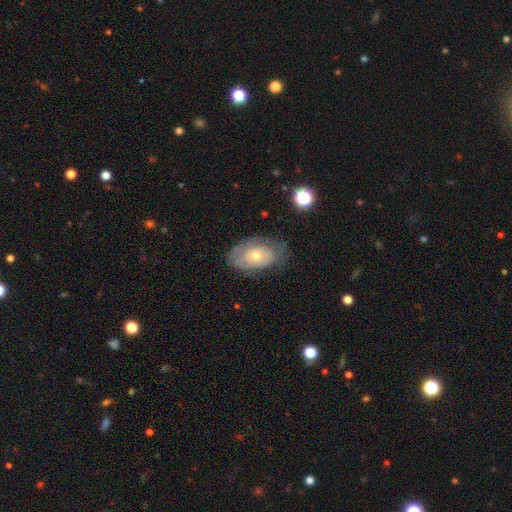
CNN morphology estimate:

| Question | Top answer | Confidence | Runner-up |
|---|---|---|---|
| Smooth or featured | featured or disk | 57% | smooth (35%) |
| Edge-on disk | no | 92% | yes (8%) |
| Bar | no | 84% | weak (13%) |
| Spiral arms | yes | 59% | no (41%) |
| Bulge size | small | 48% | moderate (47%) |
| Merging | none | 69% | minor disturbance (22%) |